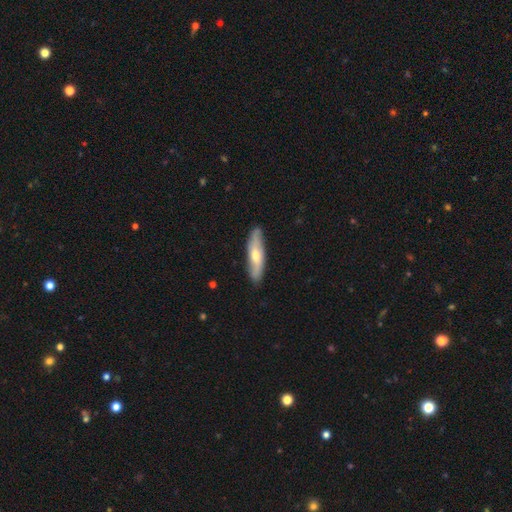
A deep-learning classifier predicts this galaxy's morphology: A featured or disk galaxy (50%) viewed edge-on (51%).

Vote fractions:
- Smooth or featured? featured or disk: 50% / smooth: 44% / star or artifact: 5%
- Edge-on disk? yes: 51% / no: 49%
- Merging? none: 86% / minor disturbance: 11% / major disturbance: 2% / merger: 1%